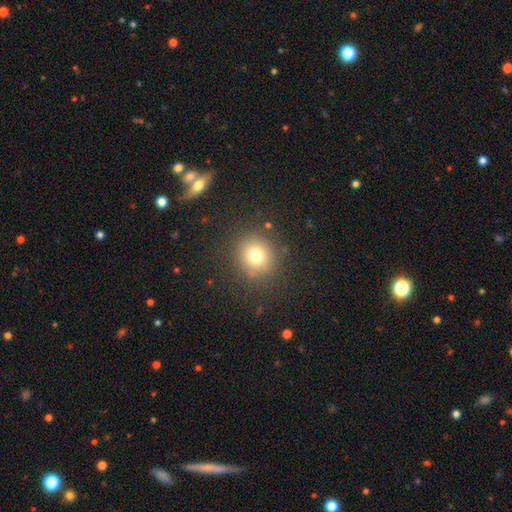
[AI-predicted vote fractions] smooth_or_featured: smooth (p=0.74) [alt: star or artifact p=0.16]
how_rounded: round (p=0.87) [alt: in between p=0.12]
merging: none (p=0.85) [alt: minor disturbance p=0.09]